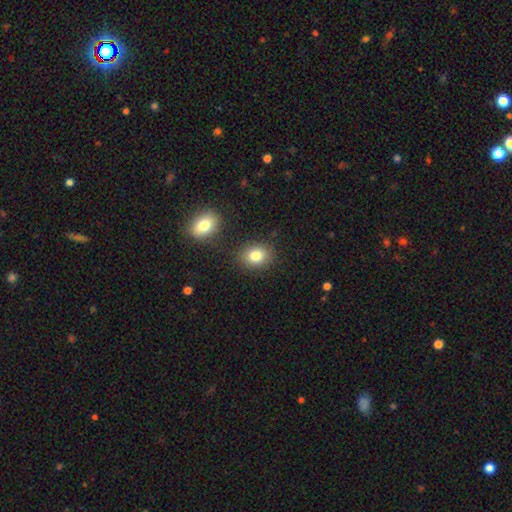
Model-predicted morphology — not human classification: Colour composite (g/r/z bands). It shows a smooth galaxy with no disk features (82%) that is in between round and cigar-shaped (51%). Merging: none (83%).